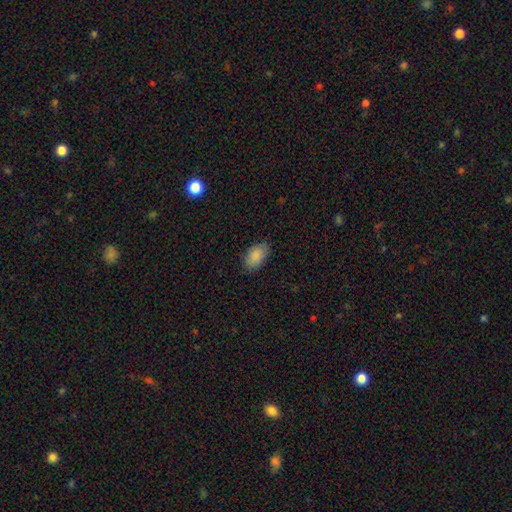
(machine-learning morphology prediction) A smooth galaxy with no disk features (89%) that is in between round and cigar-shaped (92%).

Vote fractions:
- Smooth or featured? smooth: 89% / star or artifact: 7% / featured or disk: 4%
- How rounded? in between: 92% / round: 6% / cigar-shaped: 2%
- Merging? none: 84% / minor disturbance: 13% / major disturbance: 3% / merger: 1%